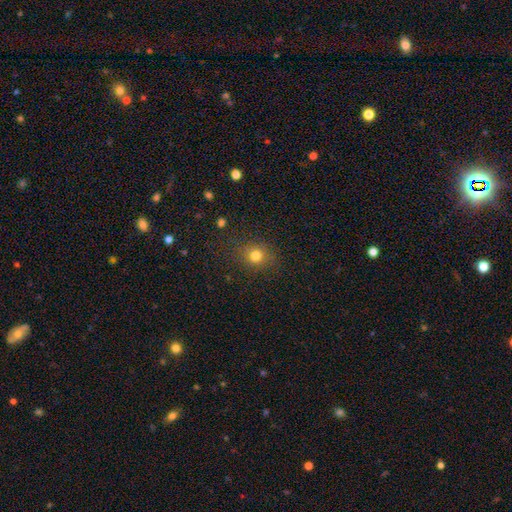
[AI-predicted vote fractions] Smooth or featured? smooth (78%)
How rounded? round (80%)
Merging? none (82%)